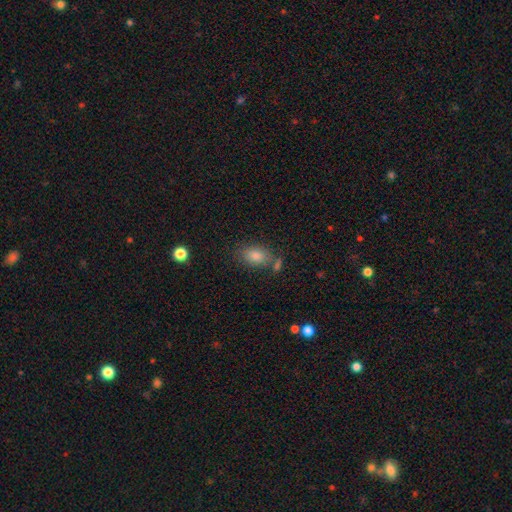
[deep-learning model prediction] This appears to be a smooth galaxy with no disk features (80%) that is in between round and cigar-shaped (84%). Merging: none (69%).